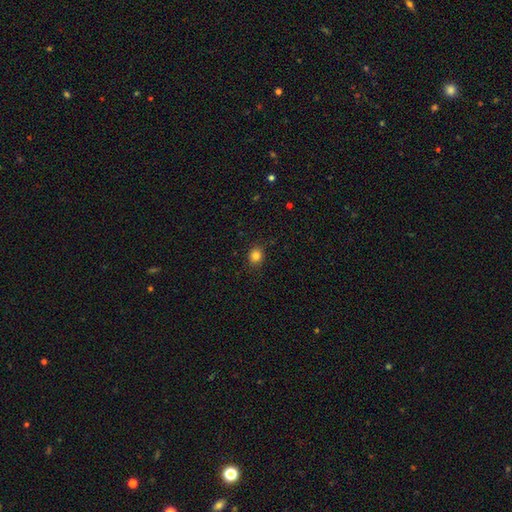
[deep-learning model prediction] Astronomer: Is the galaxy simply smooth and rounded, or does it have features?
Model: smooth — 83%.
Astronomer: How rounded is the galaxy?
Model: round — 68%.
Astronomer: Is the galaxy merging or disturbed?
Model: none — 89%.